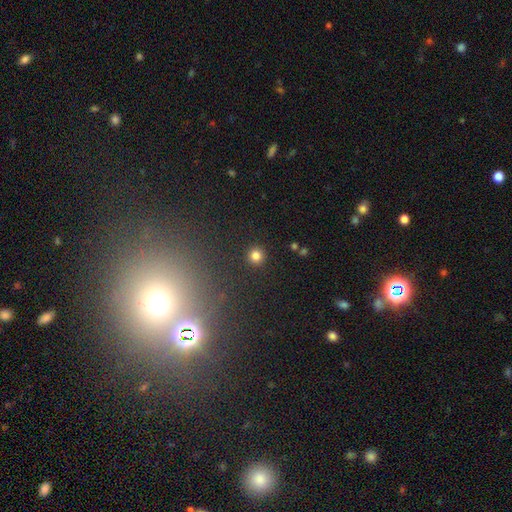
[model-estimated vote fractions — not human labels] This appears to be a smooth galaxy with no disk features (82%) that is round (95%). Merging: none (92%).